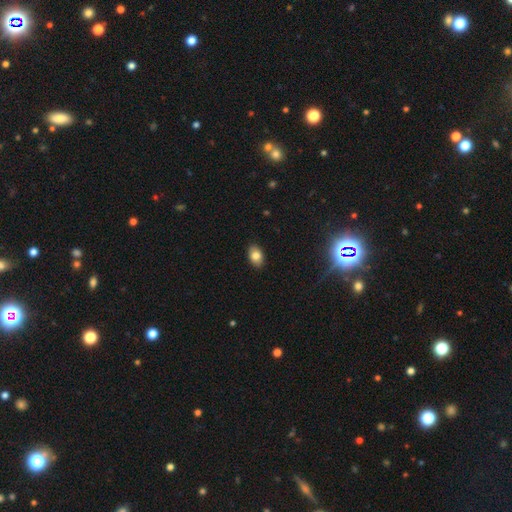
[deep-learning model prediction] Smooth or featured?
  - smooth: 82% *
  - featured or disk: 10%
  - star or artifact: 8%
How rounded?
  - in between: 88% *
  - round: 11%
  - cigar-shaped: 1%
Merging?
  - none: 89% *
  - minor disturbance: 8%
  - major disturbance: 2%
  - merger: 1%